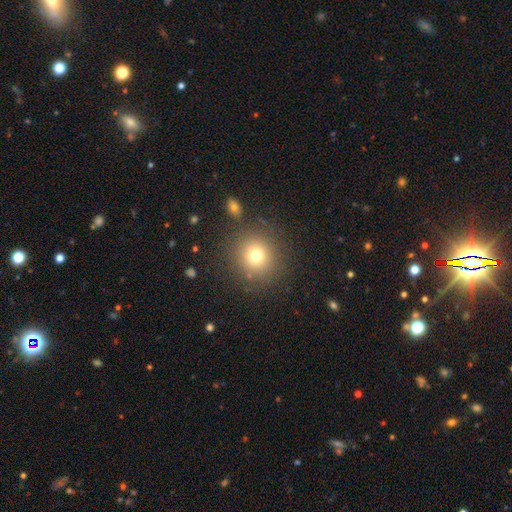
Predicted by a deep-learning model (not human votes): Smooth or featured?
  - smooth: 74% *
  - star or artifact: 16%
  - featured or disk: 10%
How rounded?
  - round: 92% *
  - in between: 7%
  - cigar-shaped: 1%
Merging?
  - none: 85% *
  - minor disturbance: 7%
  - major disturbance: 4%
  - merger: 3%